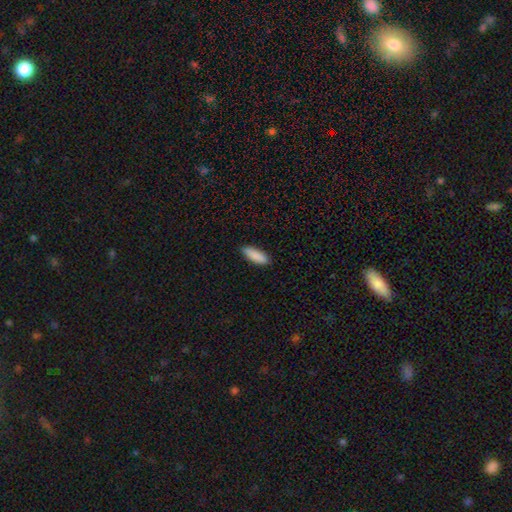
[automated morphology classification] Smooth or featured? Predicted: smooth (p=0.90). How rounded? Predicted: in between (p=0.60). Merging? Predicted: none (p=0.88).